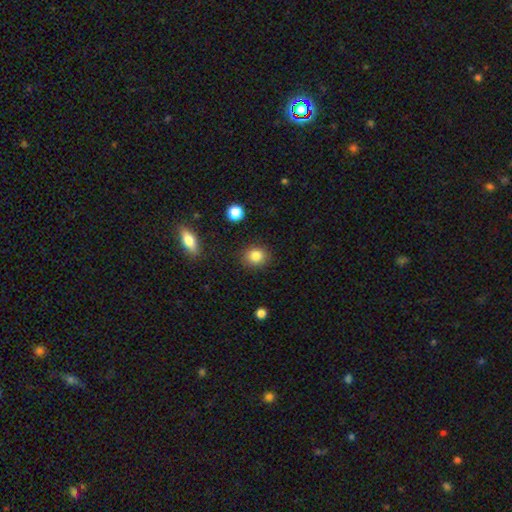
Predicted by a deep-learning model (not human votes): Overall: smooth (85%). How rounded: round (75%). Merging: none (88%).